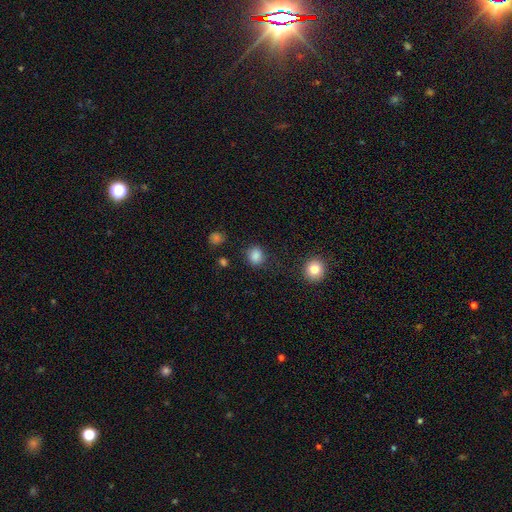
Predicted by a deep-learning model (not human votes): Smooth or featured? Predicted: smooth (p=0.85). How rounded? Predicted: round (p=0.73). Merging? Predicted: none (p=0.84).